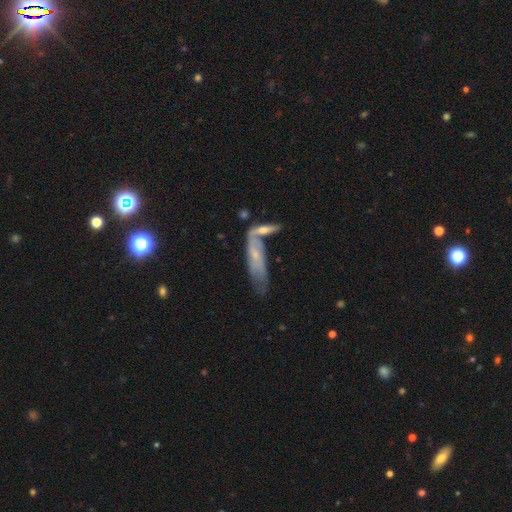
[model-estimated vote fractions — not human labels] The model was most divided on "smooth or featured": featured or disk: 48%, smooth: 45%, star or artifact: 7%. Remaining: merging — merger (40%).